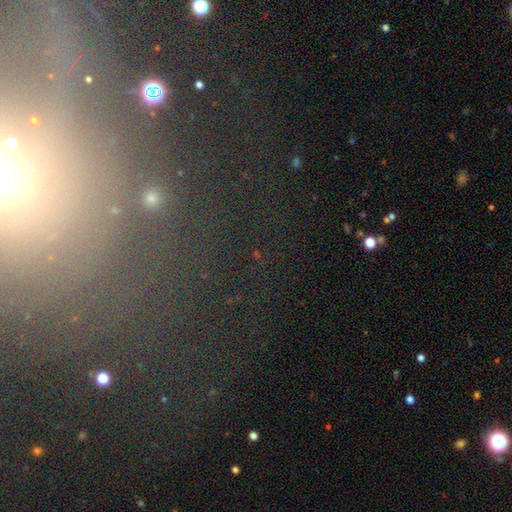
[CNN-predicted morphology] Smooth or featured: star or artifact — 57% (smooth — 24%)